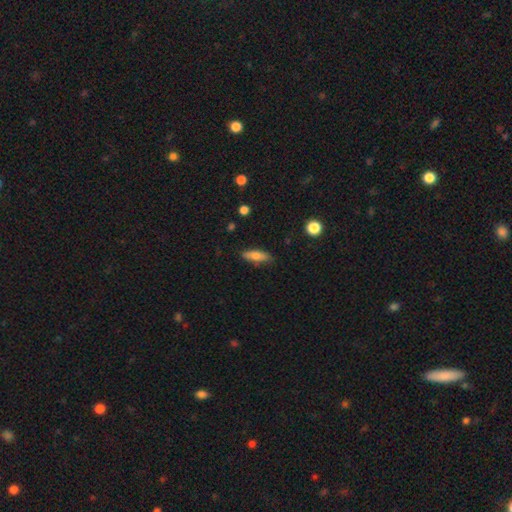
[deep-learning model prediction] Smooth or featured: smooth — 75% (featured or disk — 18%)
How rounded: in between — 54% (cigar-shaped — 43%)
Merging: none — 81% (minor disturbance — 15%)